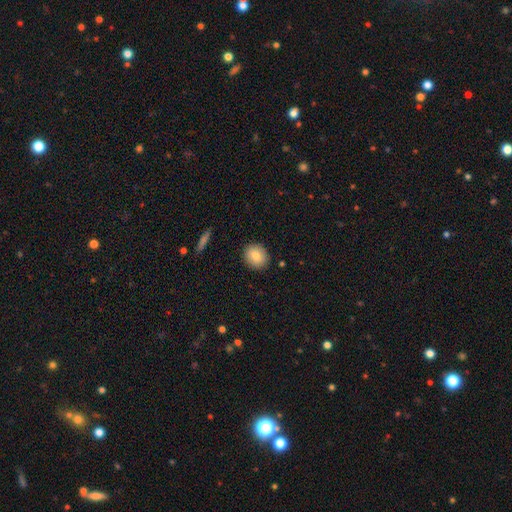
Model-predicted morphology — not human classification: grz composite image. It shows a smooth galaxy with no disk features (83%) that is round (78%). Merging: none (90%).